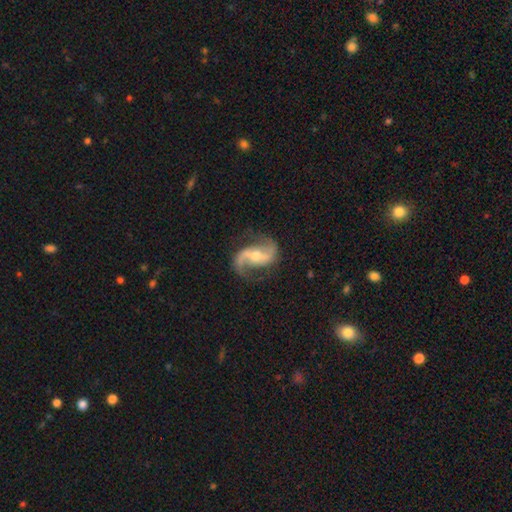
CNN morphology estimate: This is clearly a featured or disk galaxy (91%). It is clearly not viewed edge-on (97%). Bar: marginally weak (40%). Spiral arm pattern: clearly yes (97%). Spiral arm count: clearly 2 (93%). Spiral winding: possibly loose (54%). Central bulge: possibly moderate (60%). Merging: likely none (78%).